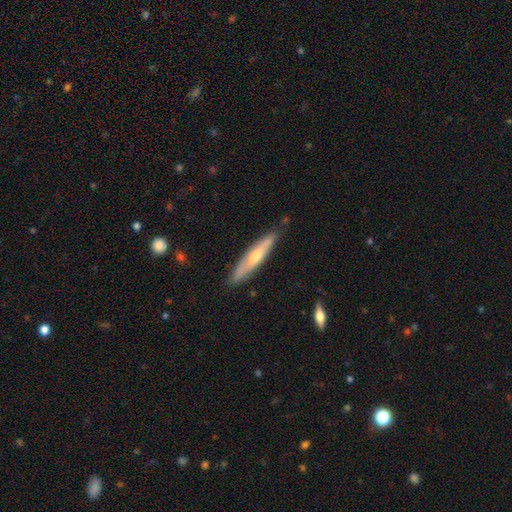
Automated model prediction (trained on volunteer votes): Smooth or featured?
  - featured or disk: 49% *
  - smooth: 45%
  - star or artifact: 6%
Merging?
  - none: 83% *
  - minor disturbance: 13%
  - major disturbance: 2%
  - merger: 2%